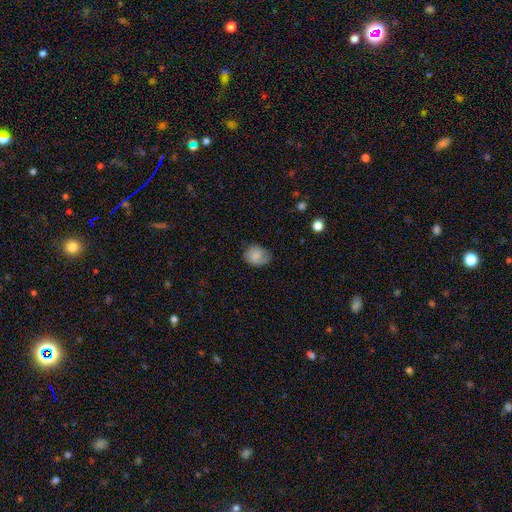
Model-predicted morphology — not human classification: Q: Smooth or featured?
A: smooth (79%); runner-up: featured or disk (13%)
Q: How rounded?
A: in between (50%); runner-up: round (49%)
Q: Merging?
A: none (64%); runner-up: minor disturbance (29%)